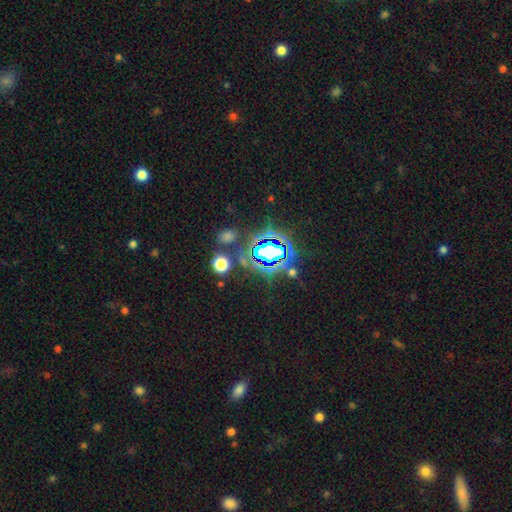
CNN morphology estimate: A star or artifact, not a galaxy (81%).

Vote fractions:
- Smooth or featured? star or artifact: 81% / smooth: 12% / featured or disk: 7%